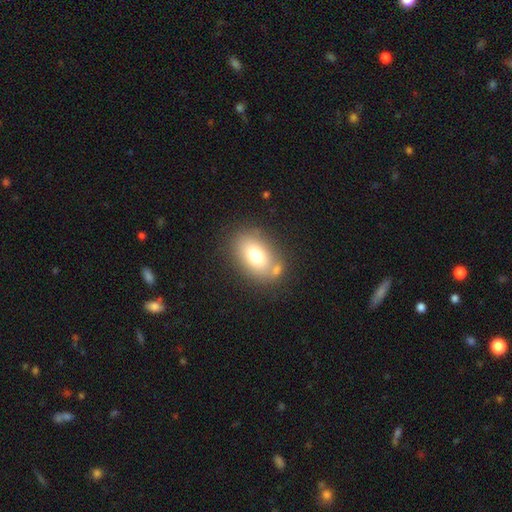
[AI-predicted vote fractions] smooth_or_featured: smooth (p=0.74) [alt: featured or disk p=0.17]
how_rounded: in between (p=0.84) [alt: round p=0.15]
merging: none (p=0.67) [alt: minor disturbance p=0.14]